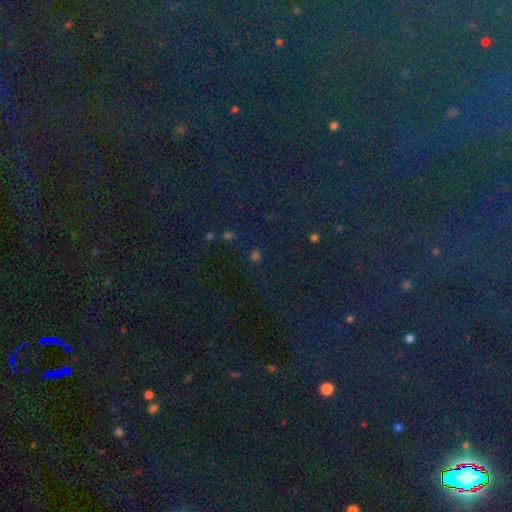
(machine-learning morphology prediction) smooth-or-featured: star or artifact: 64% | smooth: 29% | featured or disk: 7%